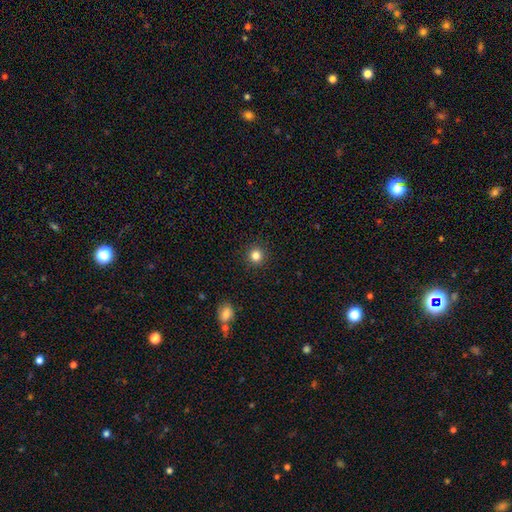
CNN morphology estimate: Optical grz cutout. It shows a smooth galaxy with no disk features (83%) that is round (94%). Merging: none (92%).